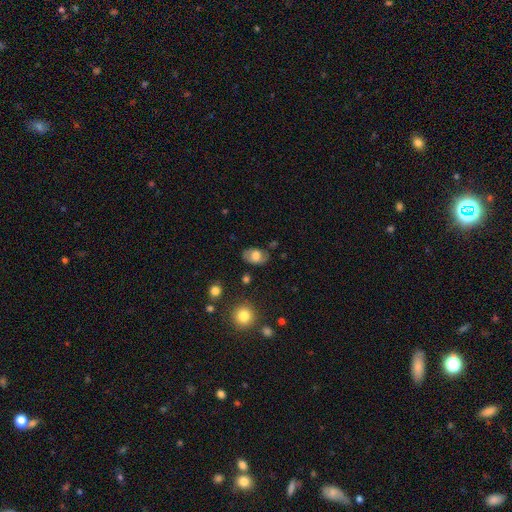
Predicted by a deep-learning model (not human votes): Smooth or featured?
  - smooth: 61% *
  - featured or disk: 31%
  - star or artifact: 8%
How rounded?
  - in between: 82% *
  - round: 17%
  - cigar-shaped: 1%
Merging?
  - none: 74% *
  - minor disturbance: 18%
  - major disturbance: 6%
  - merger: 2%